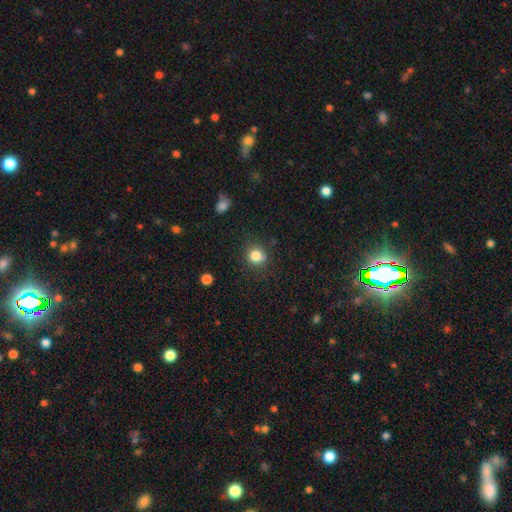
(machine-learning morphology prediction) The model was most divided on "merging": none: 74%, minor disturbance: 16%, merger: 6%, major disturbance: 5%. More confident: how rounded — round (82%); smooth or featured — smooth (81%).